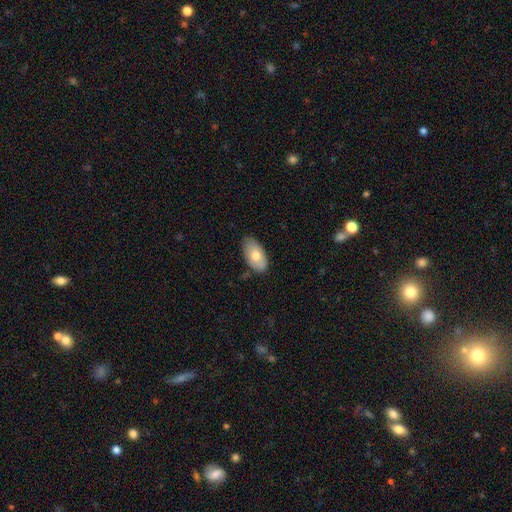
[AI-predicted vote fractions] This is likely a smooth galaxy (73%). How rounded: clearly in between (94%). Merging: likely none (77%).